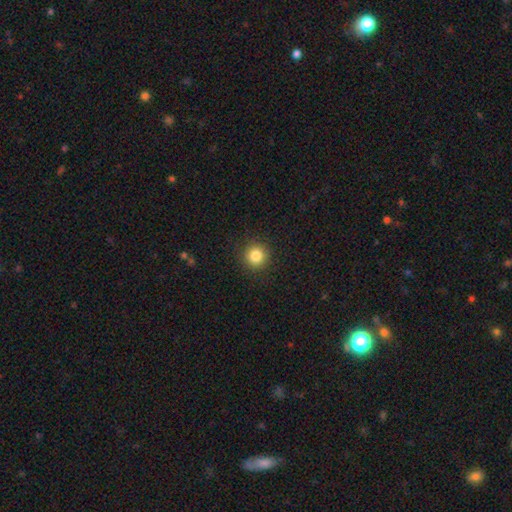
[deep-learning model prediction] smooth_or_featured: smooth (p=0.84) [alt: star or artifact p=0.11]
how_rounded: round (p=0.95) [alt: in between p=0.04]
merging: none (p=0.91) [alt: minor disturbance p=0.06]